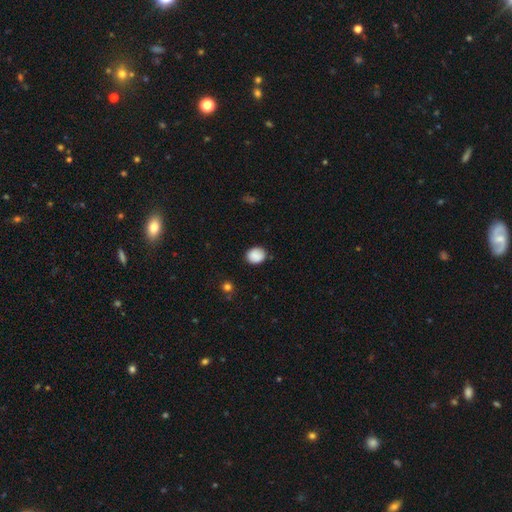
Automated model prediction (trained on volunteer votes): This is clearly a smooth galaxy (86%). How rounded: likely round (69%). Merging: clearly none (82%).